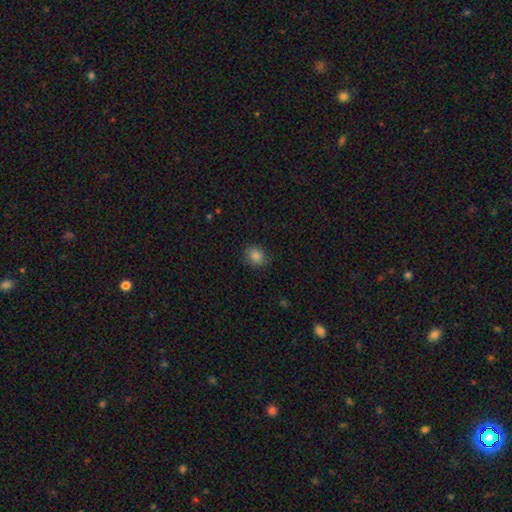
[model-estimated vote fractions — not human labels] smooth-or-featured: smooth: 84% | star or artifact: 11% | featured or disk: 5%
  how-rounded: round: 64% | in between: 35% | cigar-shaped: 1%
  merging: none: 83% | minor disturbance: 13% | major disturbance: 3% | merger: 1%